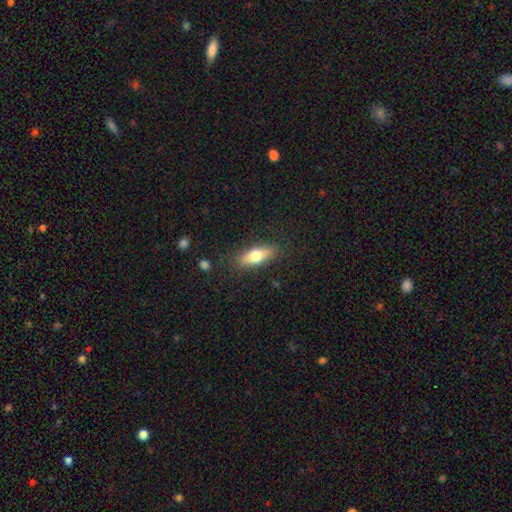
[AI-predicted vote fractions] Morphology: type=smooth (67%); roundness=in between (61%); merging=none (85%).